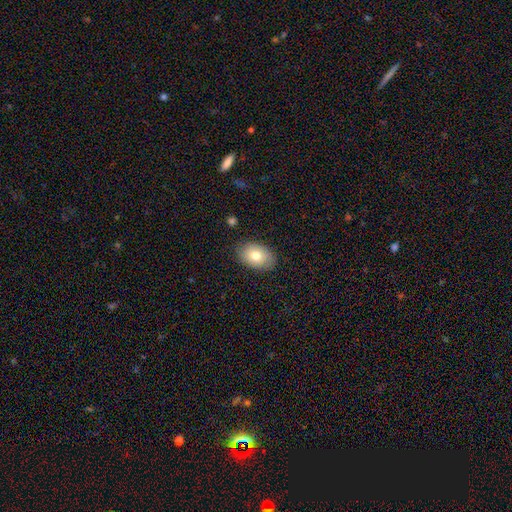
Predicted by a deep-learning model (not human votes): Q: Smooth or featured?
A: smooth (75%); runner-up: featured or disk (17%)
Q: How rounded?
A: in between (86%); runner-up: round (13%)
Q: Merging?
A: none (85%); runner-up: minor disturbance (11%)